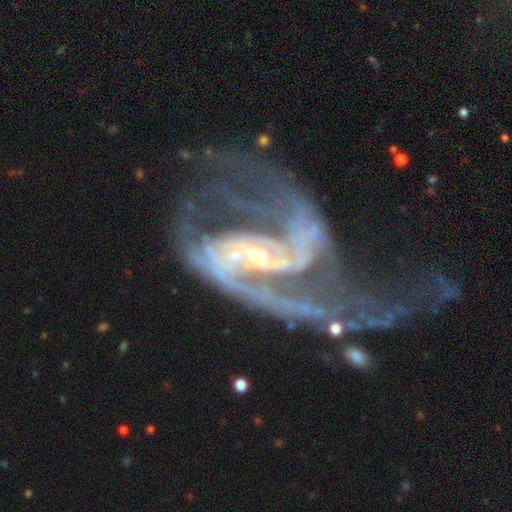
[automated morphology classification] featured or disk 90%, star or artifact 6%, smooth 4%. Down the decision tree: edge-on disk — no (98%); bar — weak (44%); spiral arms — yes (93%); spiral arm count — 2 (66%); spiral winding — loose (43%); bulge size — small (64%); merging — major disturbance (54%).